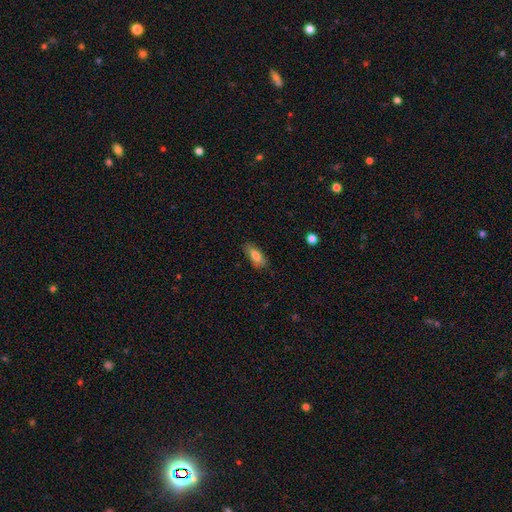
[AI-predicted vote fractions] smooth-or-featured: smooth: 77% | featured or disk: 16% | star or artifact: 7%
  how-rounded: in between: 75% | cigar-shaped: 22% | round: 3%
  merging: none: 82% | minor disturbance: 14% | major disturbance: 3% | merger: 1%